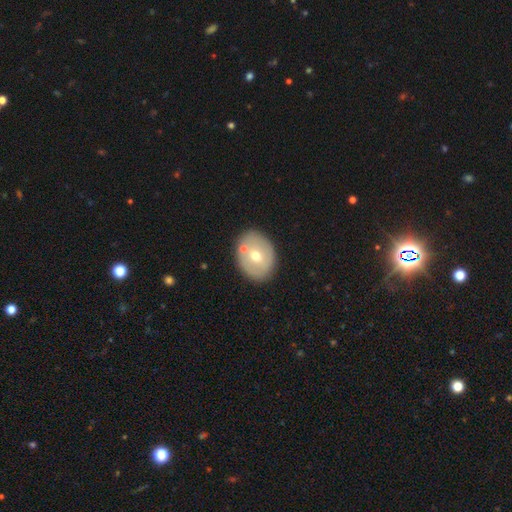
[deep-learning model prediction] Smooth or featured: smooth — 54% (featured or disk — 38%)
How rounded: in between — 58% (round — 41%)
Merging: none — 76% (minor disturbance — 11%)